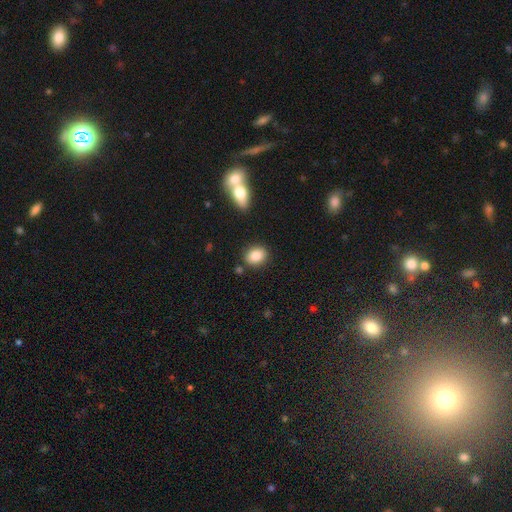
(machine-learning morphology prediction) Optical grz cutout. It shows a smooth galaxy with no disk features (86%) that is in between round and cigar-shaped (55%). Merging: none (83%).